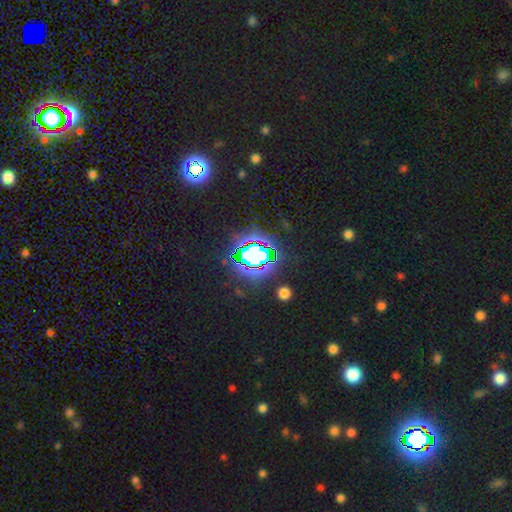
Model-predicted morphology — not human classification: type=star or artifact (70%).